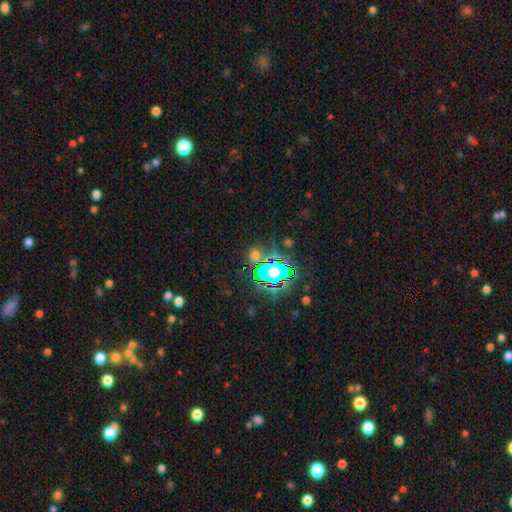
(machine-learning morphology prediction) Smooth or featured? Predicted: star or artifact (p=0.50).